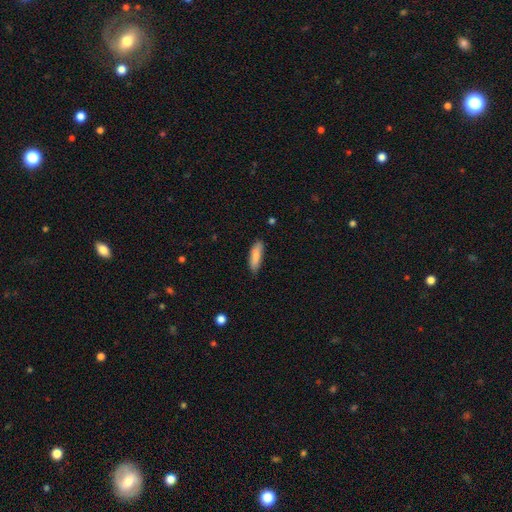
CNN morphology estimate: The model was most divided on "how rounded": cigar-shaped: 53%, in between: 45%, round: 2%. More confident: smooth or featured — smooth (85%); merging — none (80%).